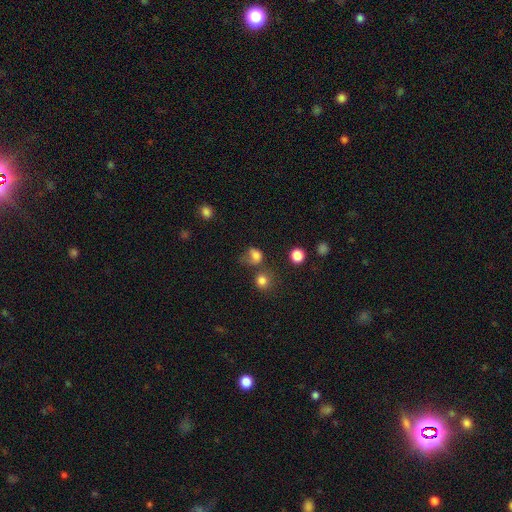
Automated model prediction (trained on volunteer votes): Q: Smooth or featured?
A: smooth (75%); runner-up: star or artifact (14%)
Q: How rounded?
A: round (57%); runner-up: in between (42%)
Q: Merging?
A: none (38%); runner-up: minor disturbance (23%)